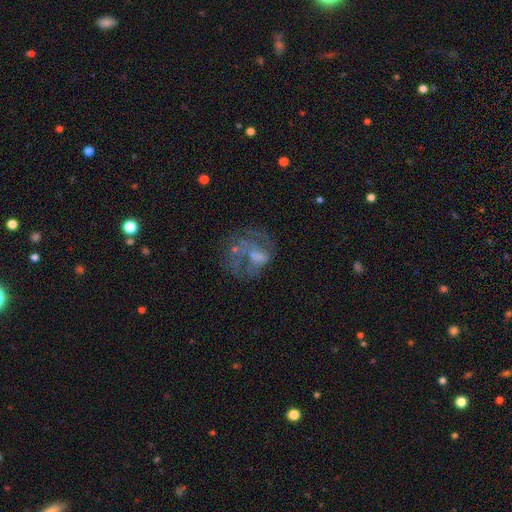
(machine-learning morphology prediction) Overall: featured or disk (61%; smooth 26%). Edge-on disk: no (98%). Bar: no (75%). Spiral arms: no (64%; yes 36%). Bulge size: none (50%; moderate 23%). Merging: major disturbance (42%; none 32%).